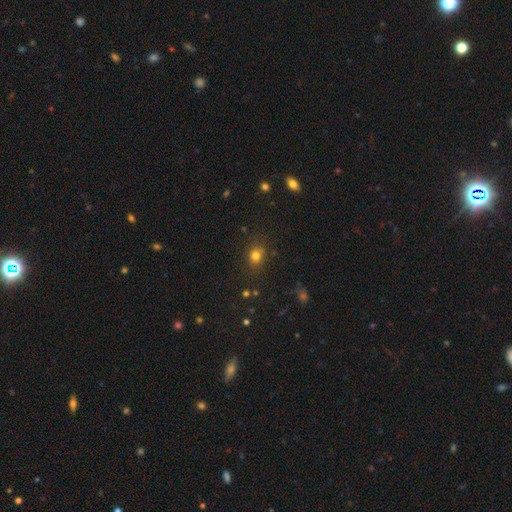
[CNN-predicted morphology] Smooth or featured?
  - smooth: 76% *
  - star or artifact: 17%
  - featured or disk: 7%
How rounded?
  - round: 66% *
  - in between: 33%
  - cigar-shaped: 1%
Merging?
  - none: 82% *
  - minor disturbance: 12%
  - major disturbance: 4%
  - merger: 2%